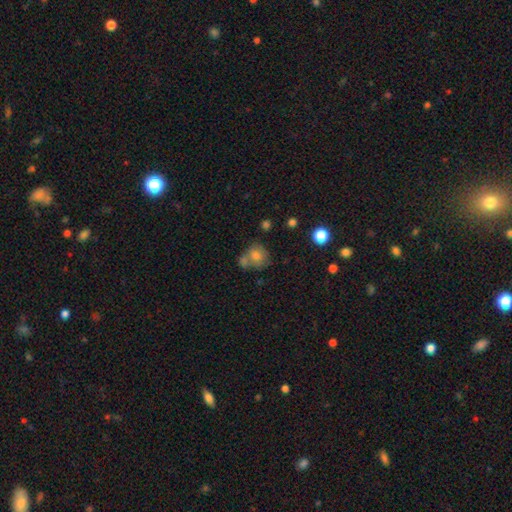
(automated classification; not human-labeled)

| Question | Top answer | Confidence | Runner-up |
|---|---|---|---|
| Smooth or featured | smooth | 67% | featured or disk (17%) |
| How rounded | round | 80% | in between (19%) |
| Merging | none | 51% | merger (30%) |